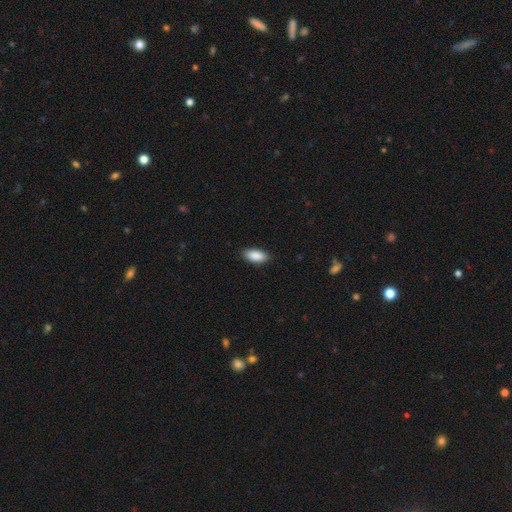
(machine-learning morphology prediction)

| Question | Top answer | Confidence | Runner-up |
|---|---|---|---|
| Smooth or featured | smooth | 90% | star or artifact (6%) |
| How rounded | in between | 91% | cigar-shaped (7%) |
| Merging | none | 88% | minor disturbance (9%) |